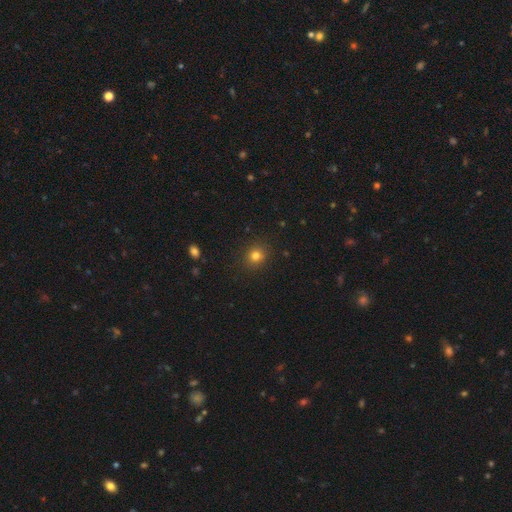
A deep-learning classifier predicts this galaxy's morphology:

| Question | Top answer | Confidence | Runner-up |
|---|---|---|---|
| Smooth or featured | smooth | 80% | star or artifact (14%) |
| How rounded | round | 83% | in between (16%) |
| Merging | none | 89% | minor disturbance (7%) |